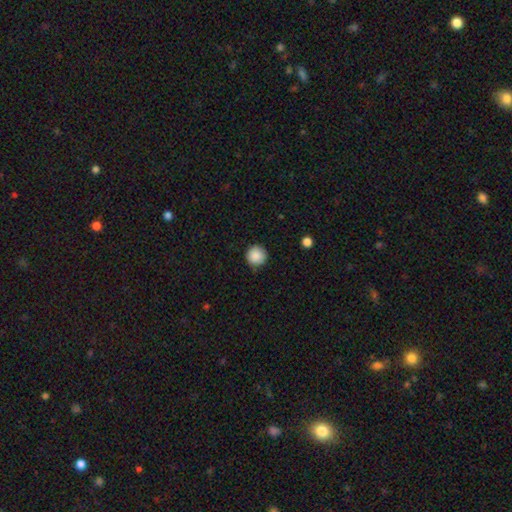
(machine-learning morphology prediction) The model was most divided on "smooth or featured": smooth: 88%, star or artifact: 9%, featured or disk: 3%. More confident: how rounded — round (96%); merging — none (90%).